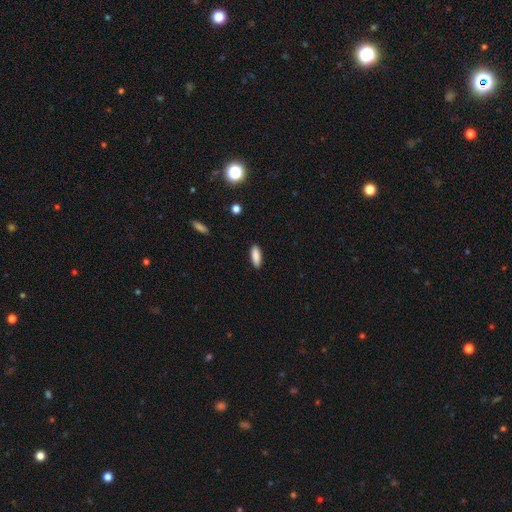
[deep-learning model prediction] Morphology: type=smooth (89%); roundness=in between (72%); merging=none (88%).